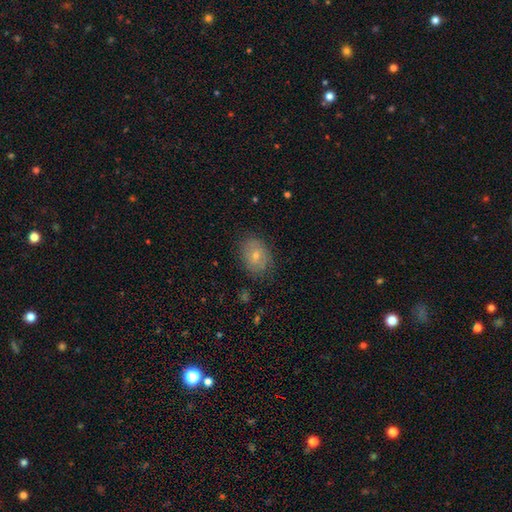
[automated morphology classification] The model was most divided on "smooth or featured": smooth: 58%, featured or disk: 31%, star or artifact: 11%. More confident: merging — none (78%); how rounded — in between (64%).